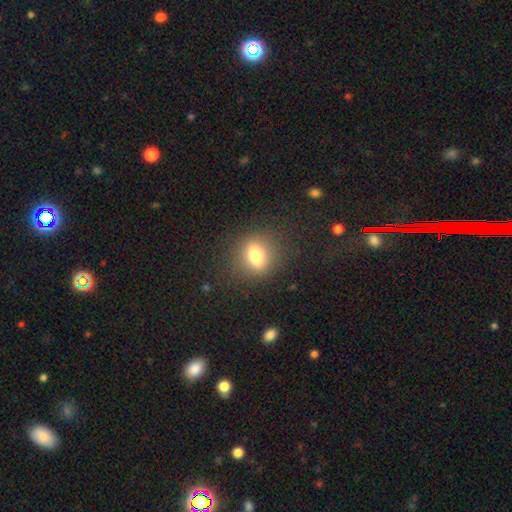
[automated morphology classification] A smooth galaxy with no disk features (75%) that is in between round and cigar-shaped (52%). Merging: none (84%).